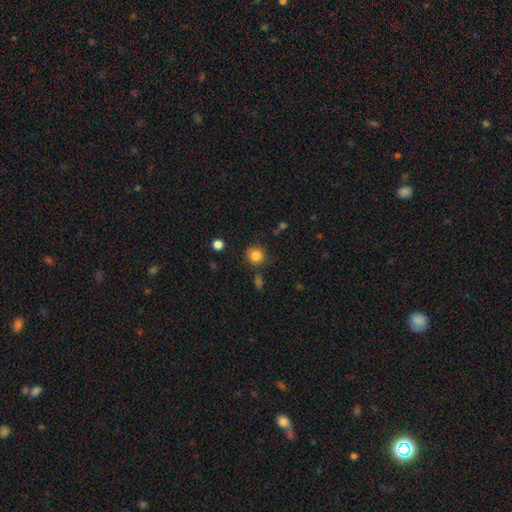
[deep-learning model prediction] This appears to be a smooth galaxy with no disk features (84%) that is round (91%). Merging: none (83%).